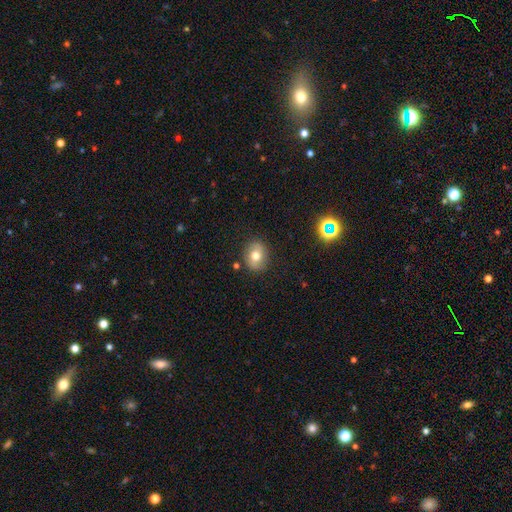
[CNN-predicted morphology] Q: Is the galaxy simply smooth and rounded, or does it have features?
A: smooth — 71%.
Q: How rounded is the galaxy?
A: round — 58%.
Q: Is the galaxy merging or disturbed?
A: none — 85%.